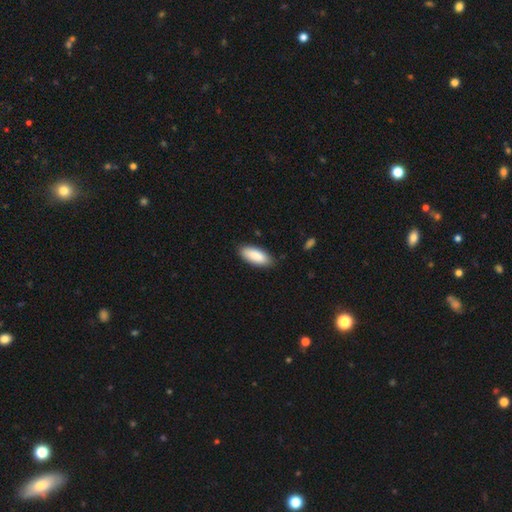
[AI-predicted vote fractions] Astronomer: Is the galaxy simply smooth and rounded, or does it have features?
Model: smooth — 88%.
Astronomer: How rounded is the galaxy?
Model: in between — 82%.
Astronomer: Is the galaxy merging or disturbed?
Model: none — 86%.